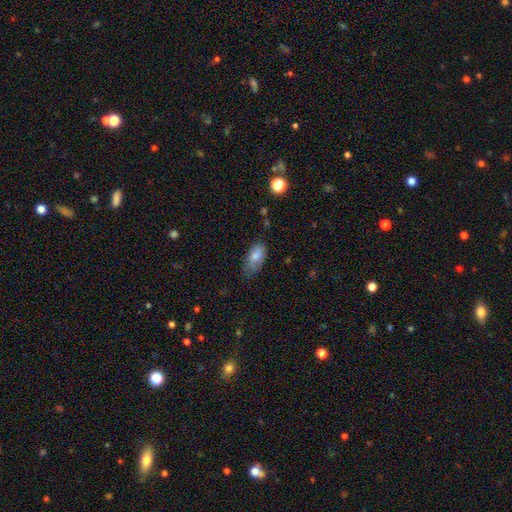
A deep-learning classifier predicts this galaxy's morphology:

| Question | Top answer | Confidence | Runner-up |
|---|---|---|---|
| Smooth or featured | smooth | 70% | featured or disk (23%) |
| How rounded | in between | 92% | round (5%) |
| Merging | none | 59% | minor disturbance (31%) |